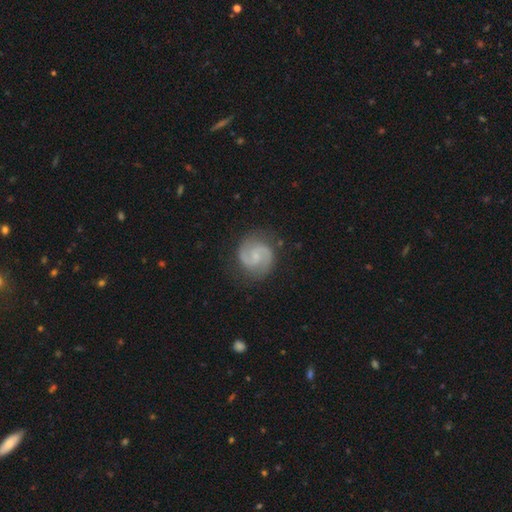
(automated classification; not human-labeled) Smooth or featured? Predicted: featured or disk (p=0.87). Edge-on disk? Predicted: no (p=0.98). Bar? Predicted: no (p=0.51). Spiral arms? Predicted: yes (p=0.98). Spiral winding? Predicted: medium (p=0.58). Spiral arm count? Predicted: 2 (p=0.93). Bulge size? Predicted: small (p=0.66). Merging? Predicted: none (p=0.84).